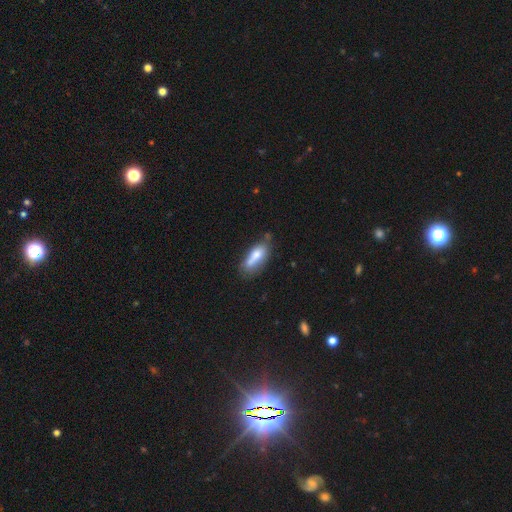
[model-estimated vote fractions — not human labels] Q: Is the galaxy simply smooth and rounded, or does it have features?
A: smooth — 71%.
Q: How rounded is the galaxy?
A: in between — 72%.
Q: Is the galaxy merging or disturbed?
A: none — 46%.